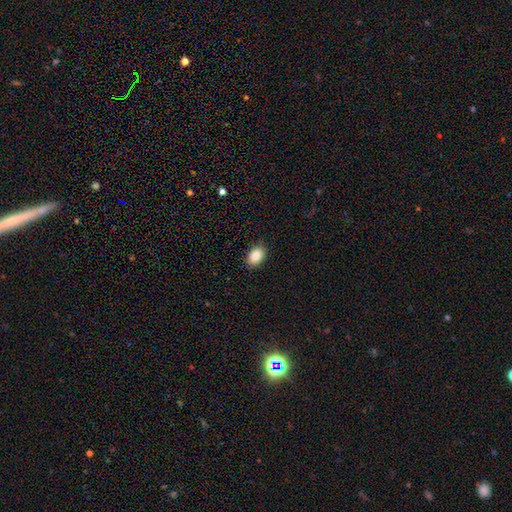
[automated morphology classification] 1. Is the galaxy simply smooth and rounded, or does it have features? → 87% smooth, 8% star or artifact, 5% featured or disk.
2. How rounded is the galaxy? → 88% in between, 11% round, 1% cigar-shaped.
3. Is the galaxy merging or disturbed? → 89% none, 8% minor disturbance, 2% major disturbance, 1% merger.